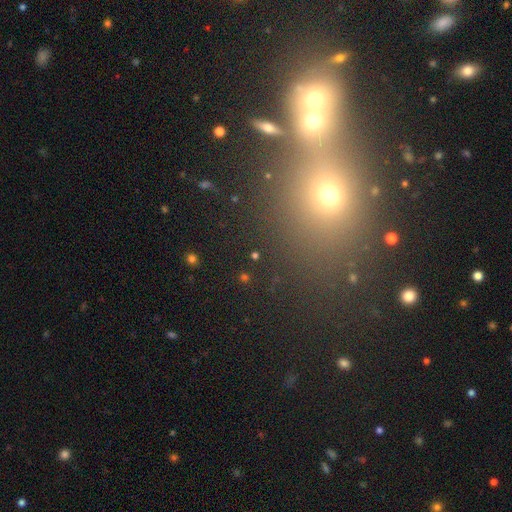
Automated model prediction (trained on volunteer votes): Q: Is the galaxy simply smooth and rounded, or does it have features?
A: star or artifact — 46%.